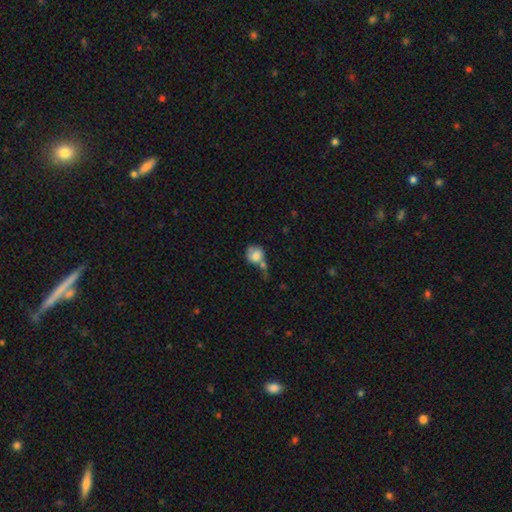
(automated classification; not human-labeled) This appears to be a smooth galaxy with no disk features (73%) that is round (69%). Merging: merger (33%).